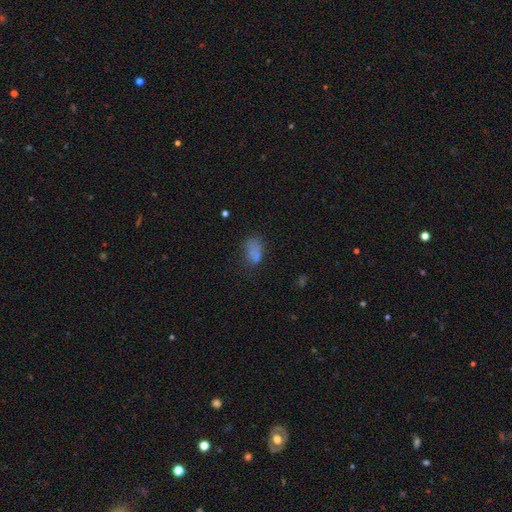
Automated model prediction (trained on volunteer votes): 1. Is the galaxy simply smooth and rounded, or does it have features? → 71% smooth, 19% star or artifact, 10% featured or disk.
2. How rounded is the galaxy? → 84% in between, 12% round, 3% cigar-shaped.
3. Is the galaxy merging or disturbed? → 54% none, 24% minor disturbance, 16% major disturbance, 6% merger.